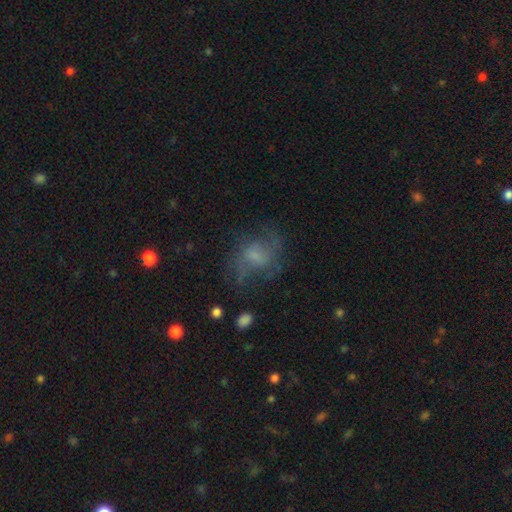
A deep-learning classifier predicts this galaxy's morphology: smooth-or-featured: featured or disk: 51% | smooth: 35% | star or artifact: 14%
  disk-edge-on: no: 97% | yes: 3%
  merging: none: 53% | major disturbance: 24% | minor disturbance: 21% | merger: 2%